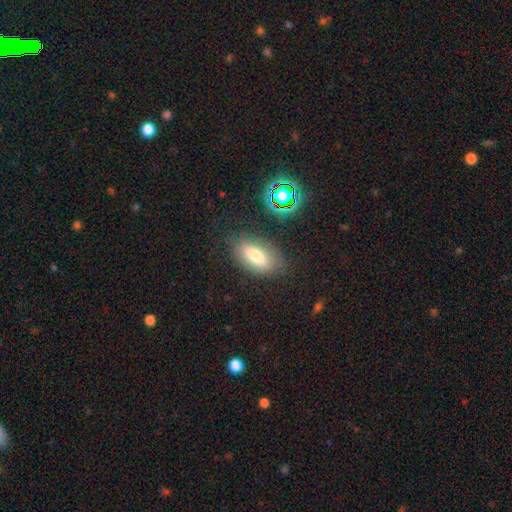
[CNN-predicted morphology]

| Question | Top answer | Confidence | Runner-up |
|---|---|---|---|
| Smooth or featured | smooth | 70% | featured or disk (18%) |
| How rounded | in between | 88% | cigar-shaped (7%) |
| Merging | none | 77% | minor disturbance (15%) |